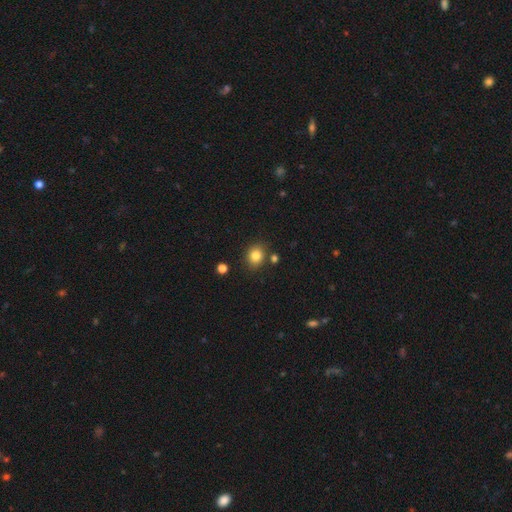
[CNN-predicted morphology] Smooth or featured: smooth — 83% (star or artifact — 11%)
How rounded: round — 66% (in between — 33%)
Merging: none — 80% (minor disturbance — 11%)